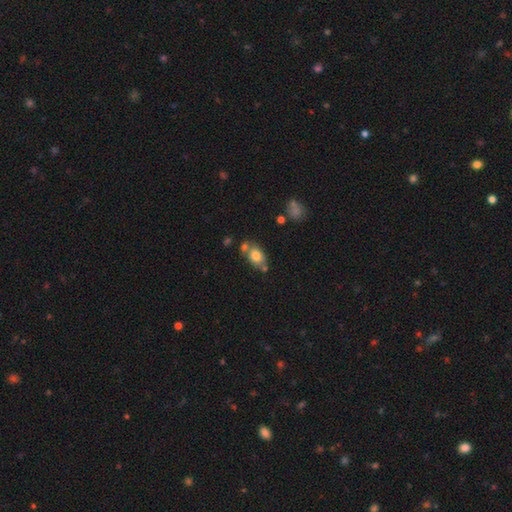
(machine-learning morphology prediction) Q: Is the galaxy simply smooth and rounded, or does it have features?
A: smooth — 74%.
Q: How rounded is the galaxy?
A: in between — 79%.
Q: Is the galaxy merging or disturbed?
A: none — 57%.